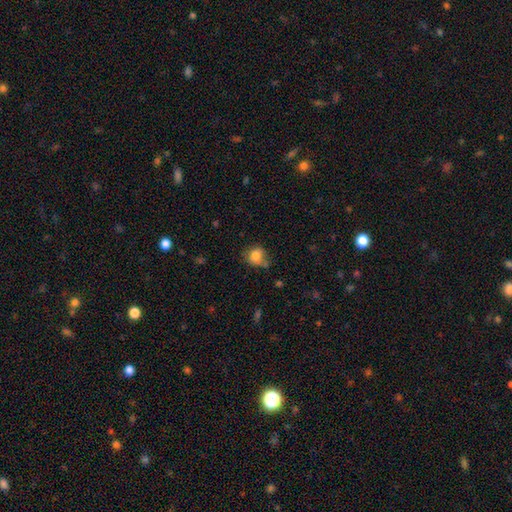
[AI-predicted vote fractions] smooth-or-featured: smooth: 81% | star or artifact: 10% | featured or disk: 9%
  how-rounded: round: 74% | in between: 25% | cigar-shaped: 1%
  merging: none: 61% | minor disturbance: 22% | merger: 10% | major disturbance: 6%